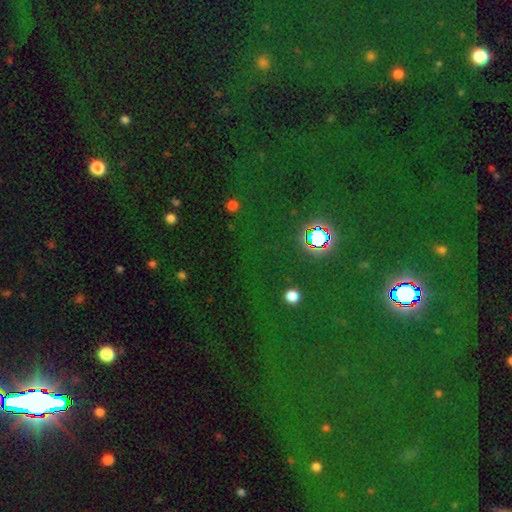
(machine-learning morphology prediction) The model was most divided on "smooth or featured": star or artifact: 79%, smooth: 13%, featured or disk: 8%.